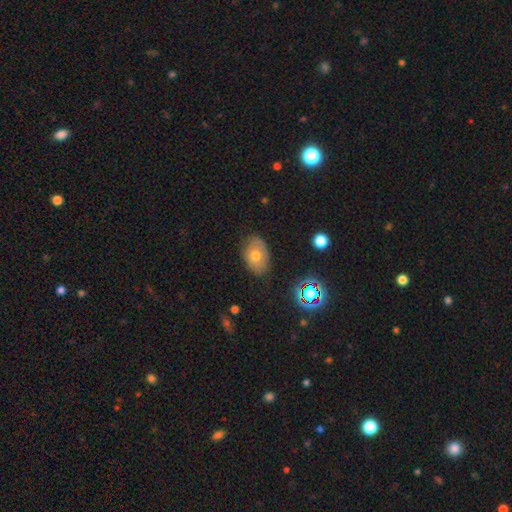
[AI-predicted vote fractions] This appears to be a smooth galaxy with no disk features (62%) that is in between round and cigar-shaped (82%). Merging: none (76%).